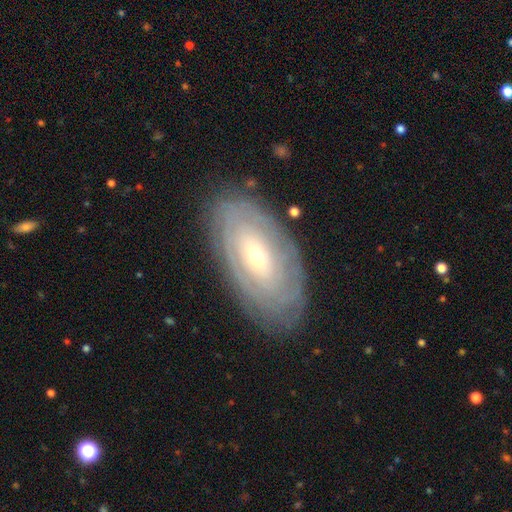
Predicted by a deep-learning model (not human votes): featured or disk 71%, smooth 22%, star or artifact 6%. Down the decision tree: edge-on disk — no (91%); bar — no (74%); spiral arms — yes (69%); bulge size — small (65%); merging — none (84%).